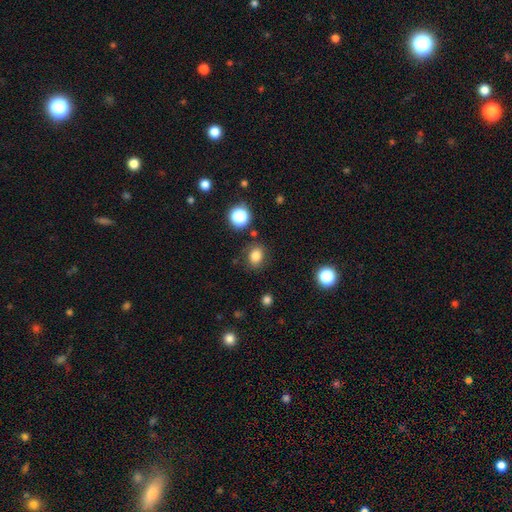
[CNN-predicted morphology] Smooth or featured: smooth — 80% (star or artifact — 13%)
How rounded: round — 51% (in between — 48%)
Merging: none — 81% (minor disturbance — 12%)